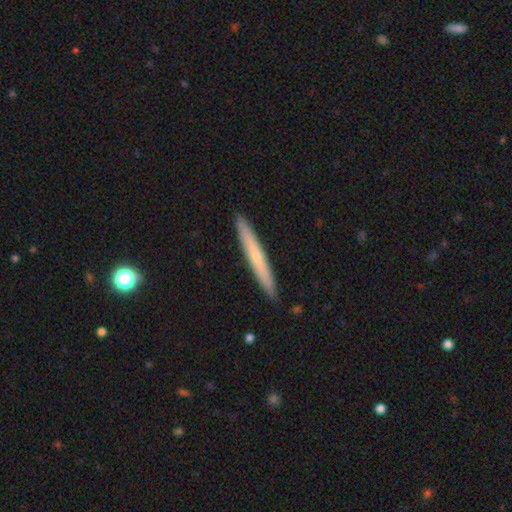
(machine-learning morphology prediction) smooth-or-featured: smooth: 59% | featured or disk: 35% | star or artifact: 6%
  how-rounded: cigar-shaped: 97% | in between: 2% | round: 1%
  merging: none: 92% | minor disturbance: 6% | major disturbance: 1% | merger: 1%